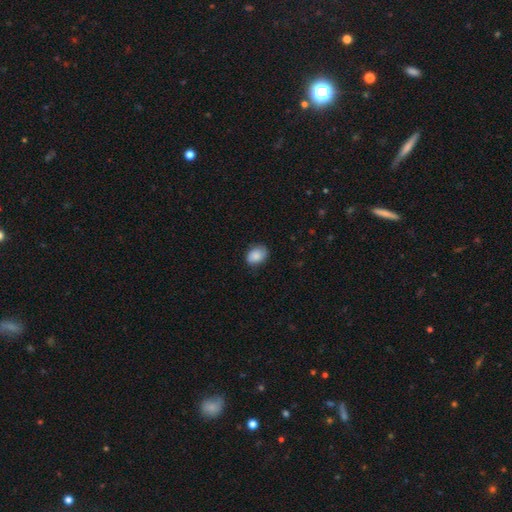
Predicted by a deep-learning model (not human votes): Smooth or featured? Predicted: smooth (p=0.85). How rounded? Predicted: in between (p=0.67). Merging? Predicted: none (p=0.76).